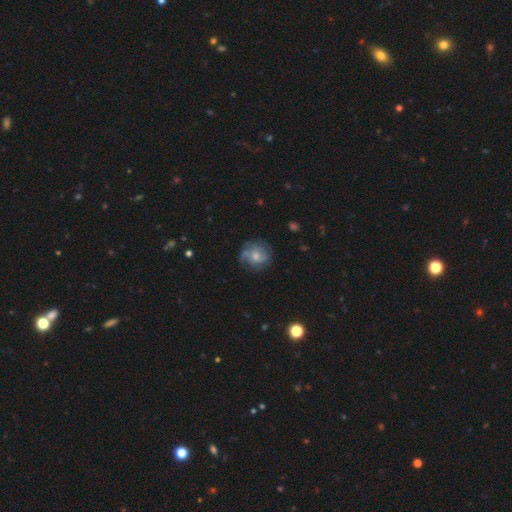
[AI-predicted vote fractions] smooth-or-featured: featured or disk: 60% | smooth: 32% | star or artifact: 8%
  disk-edge-on: no: 97% | yes: 3%
    bar: no: 70% | weak: 26% | strong: 4%
    has-spiral-arms: yes: 84% | no: 16%
    bulge-size: moderate: 48% | small: 42% | none: 5% | large: 4% | dominant: 1%
  merging: none: 68% | minor disturbance: 20% | major disturbance: 10% | merger: 1%